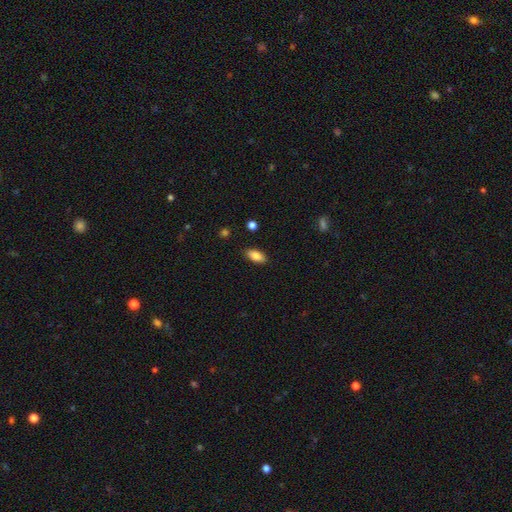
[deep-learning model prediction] Overall: smooth (85%). How rounded: in between (89%). Merging: none (88%).